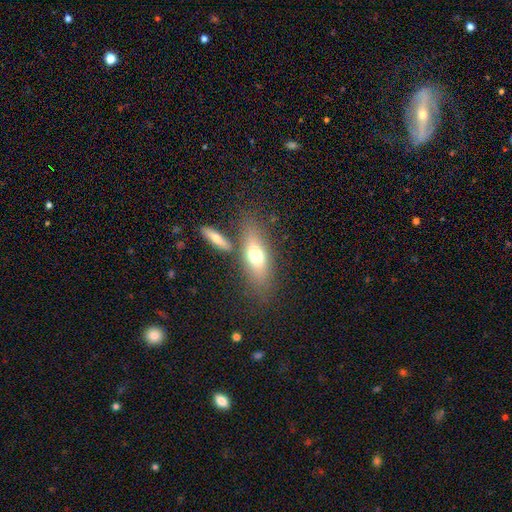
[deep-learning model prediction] Smooth or featured: smooth — 65% (featured or disk — 26%)
How rounded: in between — 69% (cigar-shaped — 26%)
Merging: none — 64% (merger — 16%)